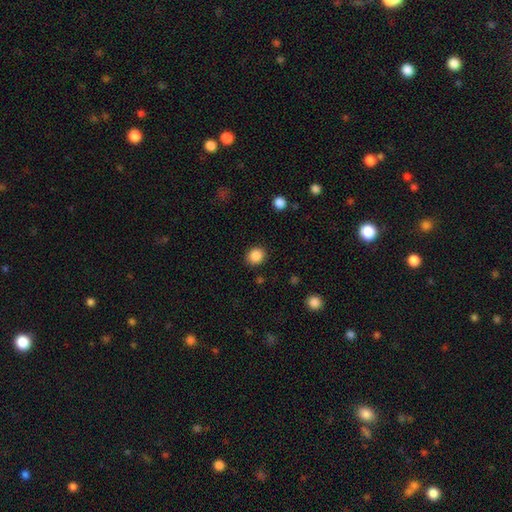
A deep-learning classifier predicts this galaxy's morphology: Smooth or featured?
  - smooth: 87% *
  - star or artifact: 9%
  - featured or disk: 3%
How rounded?
  - round: 80% *
  - in between: 20%
  - cigar-shaped: 1%
Merging?
  - none: 89% *
  - minor disturbance: 7%
  - major disturbance: 3%
  - merger: 1%